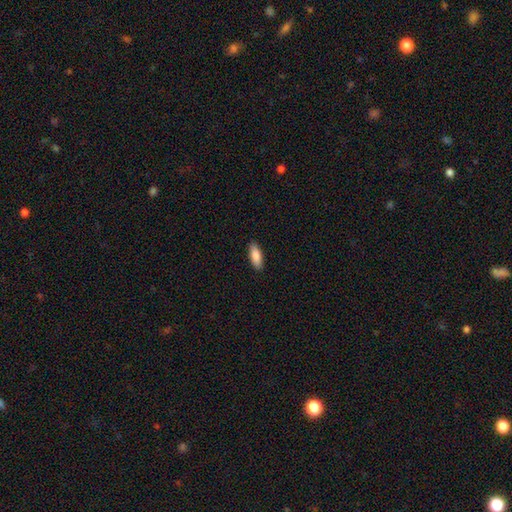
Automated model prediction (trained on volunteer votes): smooth-or-featured: smooth: 86% | featured or disk: 8% | star or artifact: 6%
  how-rounded: in between: 72% | cigar-shaped: 26% | round: 2%
  merging: none: 89% | minor disturbance: 8% | major disturbance: 2% | merger: 1%